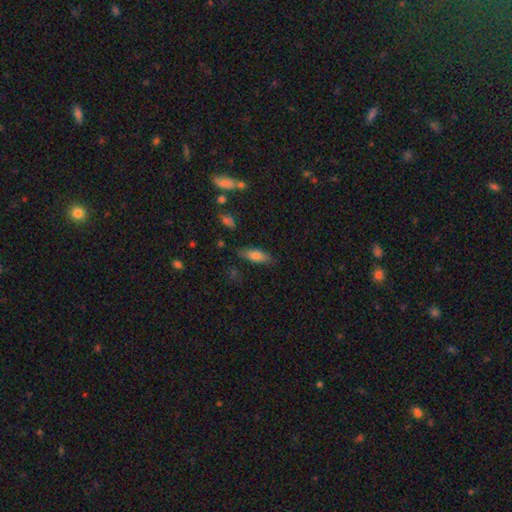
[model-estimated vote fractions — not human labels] smooth 73%, featured or disk 19%, star or artifact 8%. Down the decision tree: how rounded — in between (61%); merging — none (81%).